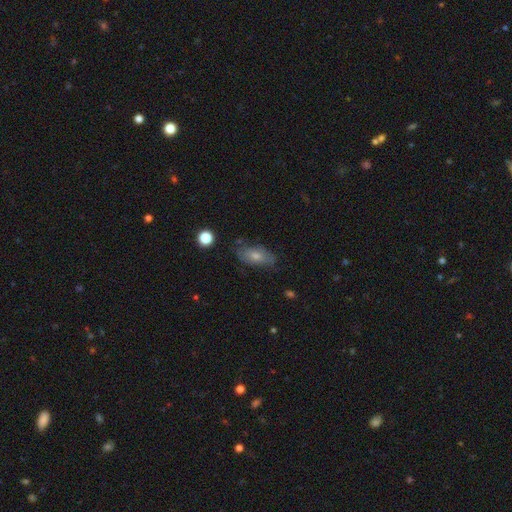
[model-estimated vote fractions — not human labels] smooth-or-featured: smooth: 50% | featured or disk: 35% | star or artifact: 15%
  merging: none: 73% | minor disturbance: 19% | major disturbance: 5% | merger: 2%